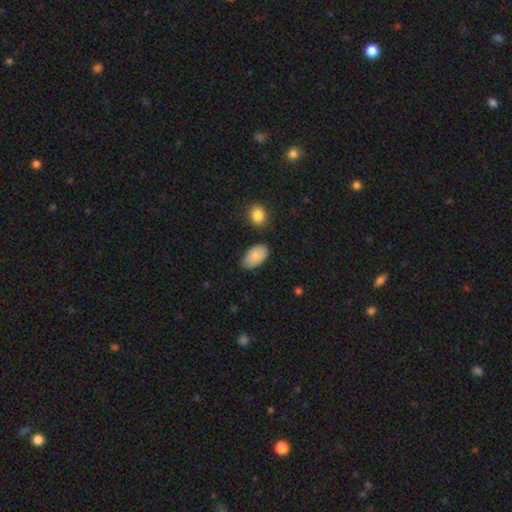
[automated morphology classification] The model was most divided on "merging": none: 78%, minor disturbance: 16%, merger: 3%, major disturbance: 3%. More confident: how rounded — in between (94%); smooth or featured — smooth (86%).